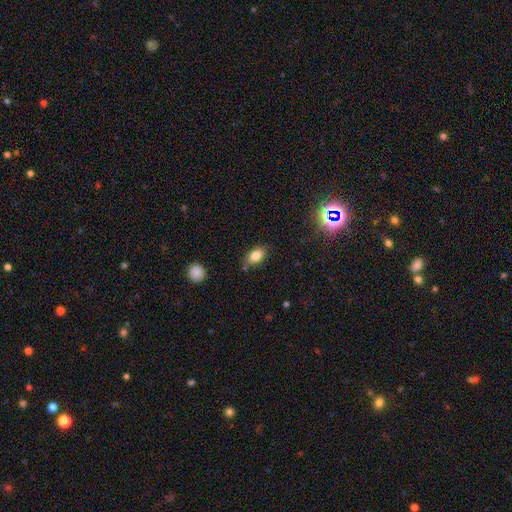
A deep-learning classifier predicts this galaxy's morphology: Smooth or featured? smooth (80%)
How rounded? in between (84%)
Merging? none (76%)